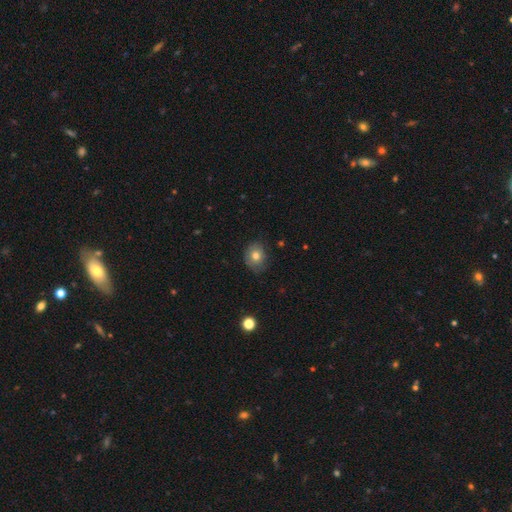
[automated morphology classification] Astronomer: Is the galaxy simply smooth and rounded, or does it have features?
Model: smooth — 73%.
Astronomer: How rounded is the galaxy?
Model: round — 52% (runner-up: in between, 47%).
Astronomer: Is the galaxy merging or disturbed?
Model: none — 74%.